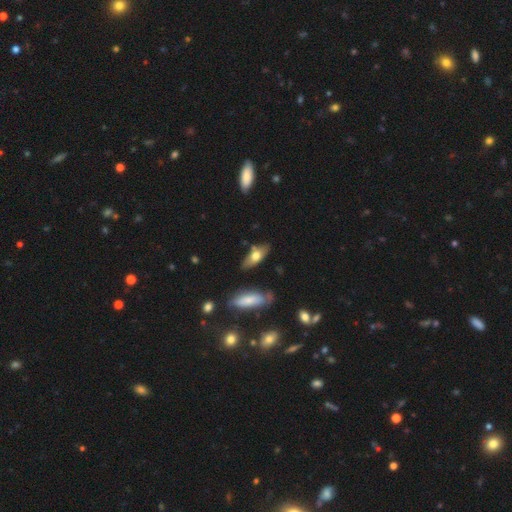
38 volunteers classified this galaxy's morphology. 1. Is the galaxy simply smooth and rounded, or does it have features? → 66% smooth, 29% featured or disk, 5% star or artifact.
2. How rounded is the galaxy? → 80% in between, 20% cigar-shaped, 0% round.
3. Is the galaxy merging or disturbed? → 78% none, 19% minor disturbance, 3% merger, 0% major disturbance.